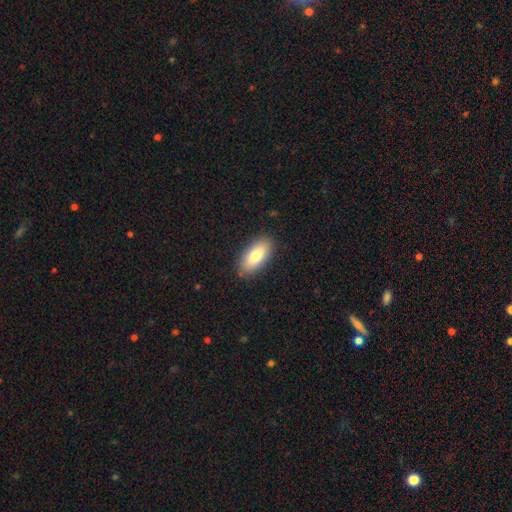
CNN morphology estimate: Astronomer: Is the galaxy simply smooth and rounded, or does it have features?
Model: smooth — 79%.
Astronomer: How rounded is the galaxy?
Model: in between — 87%.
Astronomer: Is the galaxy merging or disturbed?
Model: none — 87%.